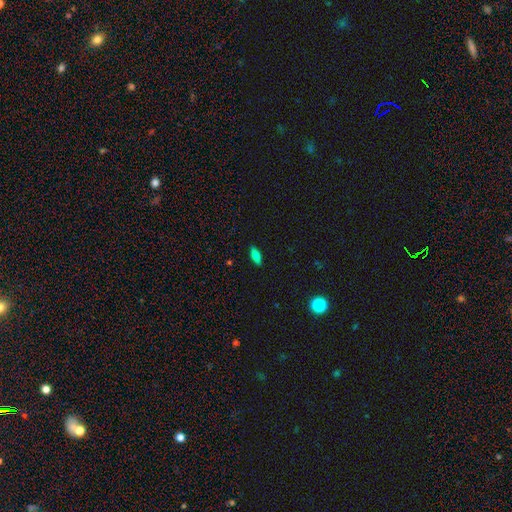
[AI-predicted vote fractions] Smooth or featured: smooth — 73% (featured or disk — 18%)
How rounded: in between — 75% (cigar-shaped — 22%)
Merging: none — 89% (minor disturbance — 8%)